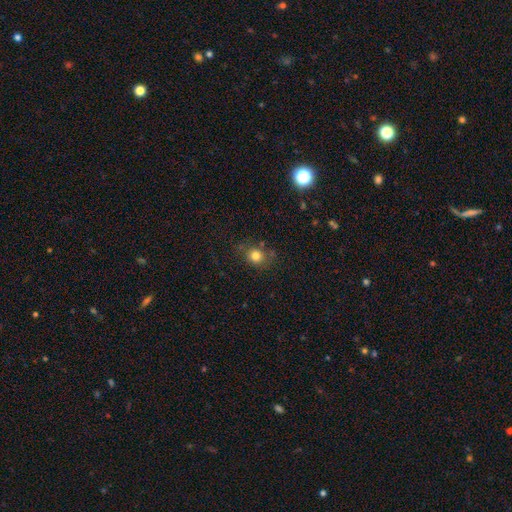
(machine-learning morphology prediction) type=smooth (80%); roundness=round (78%); merging=none (74%).